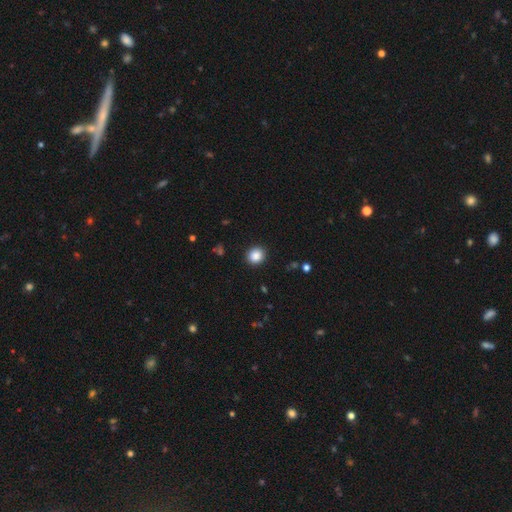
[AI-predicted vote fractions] Smooth or featured? smooth (87%)
How rounded? round (80%)
Merging? none (91%)